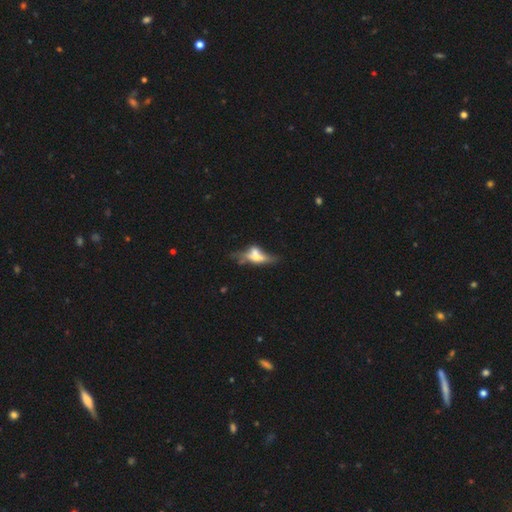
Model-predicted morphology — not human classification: The model was most divided on "merging": merger: 33%, none: 31%, major disturbance: 20%, minor disturbance: 16%. More confident: edge-on disk — yes (56%); smooth or featured — featured or disk (52%).